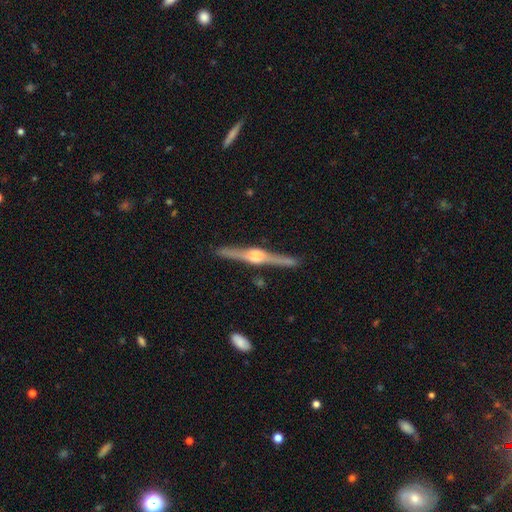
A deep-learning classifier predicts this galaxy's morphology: This appears to be a featured or disk galaxy (87%) viewed edge-on (98%) with a rounded central bulge (89%). Merging: none (90%).